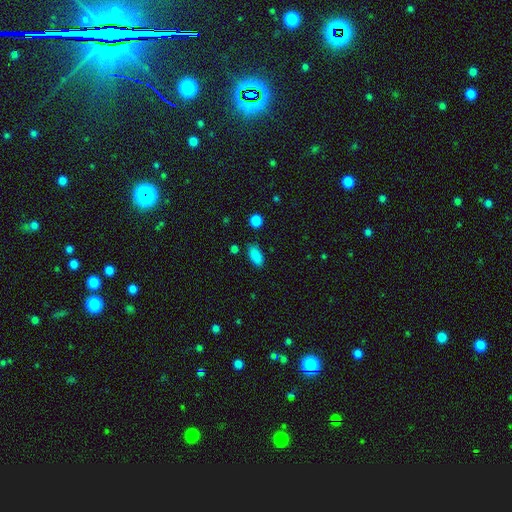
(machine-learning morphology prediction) The model was most divided on "merging": none: 81%, minor disturbance: 13%, major disturbance: 3%, merger: 3%. More confident: smooth or featured — smooth (87%); how rounded — in between (87%).